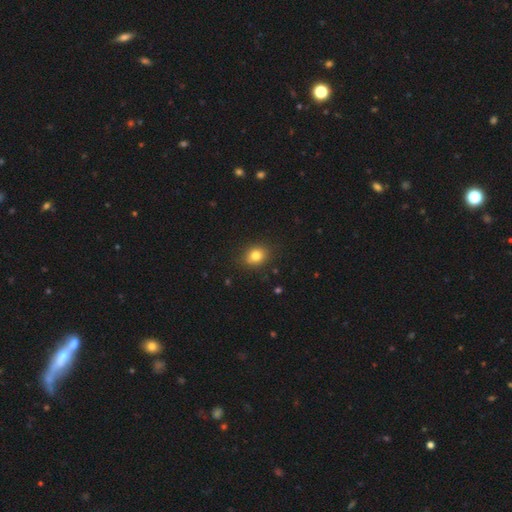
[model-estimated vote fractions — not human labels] Morphology: type=smooth (81%); roundness=round (51%); merging=none (84%).